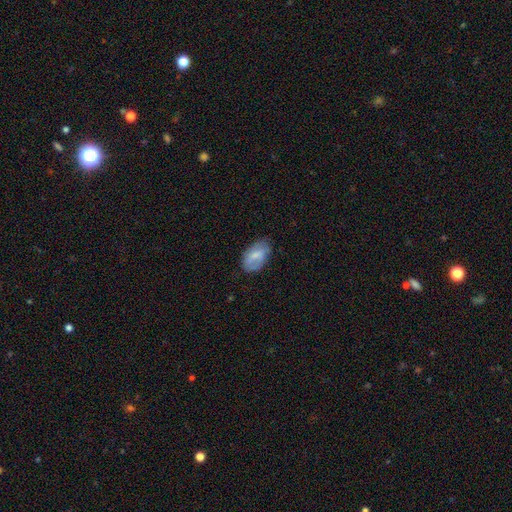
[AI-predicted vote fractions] Overall: smooth (63%; featured or disk 30%). How rounded: in between (92%). Merging: none (63%; minor disturbance 27%).